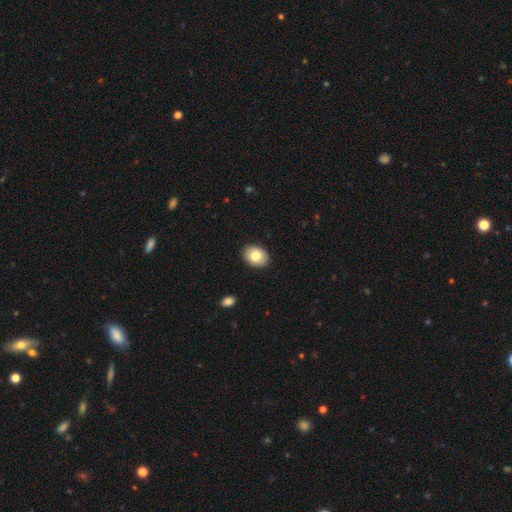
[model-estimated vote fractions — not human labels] A smooth galaxy with no disk features (82%) that is in between round and cigar-shaped (71%).

Vote fractions:
- Smooth or featured? smooth: 82% / featured or disk: 10% / star or artifact: 7%
- How rounded? in between: 71% / round: 28% / cigar-shaped: 1%
- Merging? none: 90% / minor disturbance: 8% / major disturbance: 2% / merger: 1%